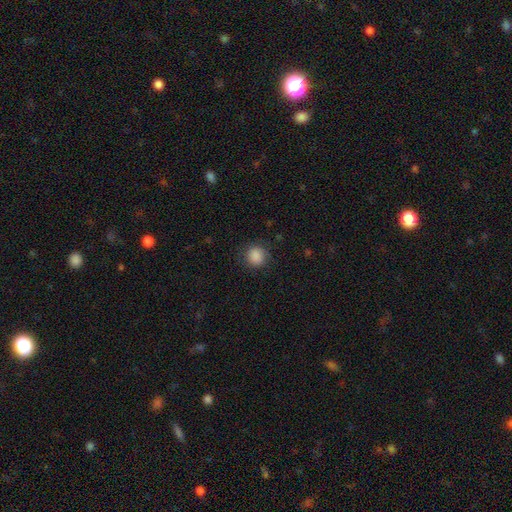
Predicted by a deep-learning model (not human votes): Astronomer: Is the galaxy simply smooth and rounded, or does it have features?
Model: smooth — 88%.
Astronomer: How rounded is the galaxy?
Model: round — 84%.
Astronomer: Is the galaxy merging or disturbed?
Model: none — 84%.